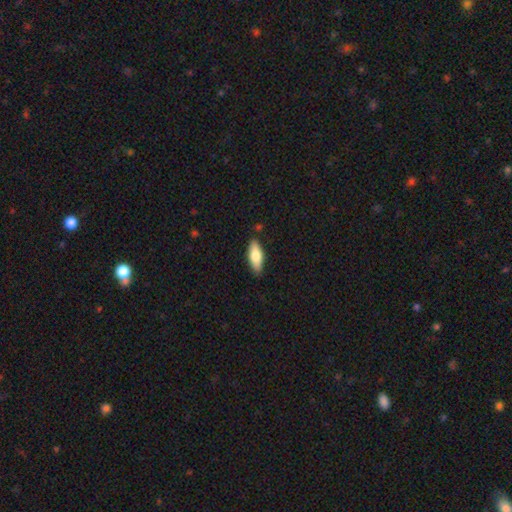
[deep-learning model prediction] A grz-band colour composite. It shows a smooth galaxy with no disk features (75%) that is in between round and cigar-shaped (70%). Merging: none (87%).